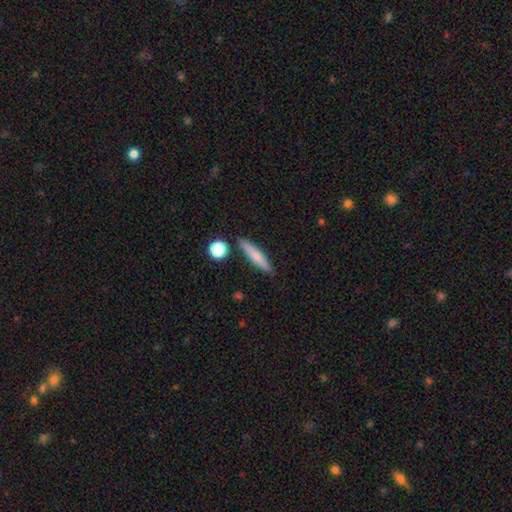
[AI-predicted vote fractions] A smooth galaxy with no disk features (74%) that is cigar-shaped (87%).

Vote fractions:
- Smooth or featured? smooth: 74% / featured or disk: 20% / star or artifact: 7%
- How rounded? cigar-shaped: 87% / in between: 11% / round: 2%
- Merging? none: 85% / minor disturbance: 9% / merger: 4% / major disturbance: 2%